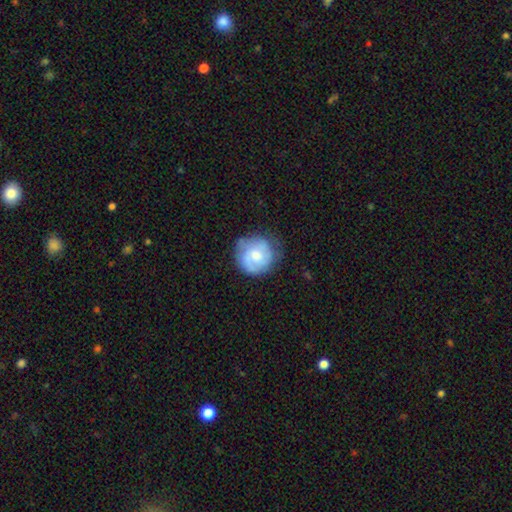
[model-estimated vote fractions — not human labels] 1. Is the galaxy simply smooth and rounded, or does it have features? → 49% smooth, 45% featured or disk, 6% star or artifact.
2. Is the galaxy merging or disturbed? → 63% none, 26% minor disturbance, 9% major disturbance, 2% merger.